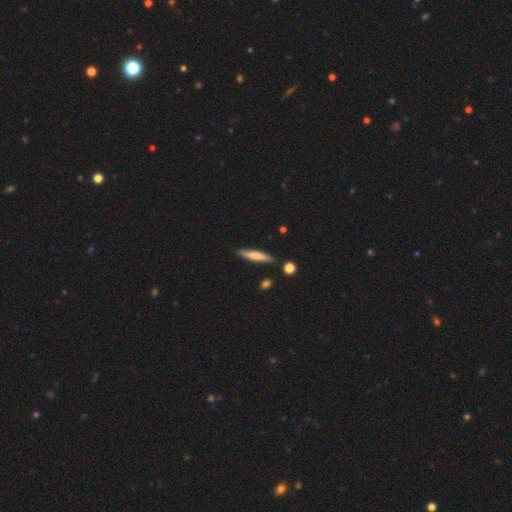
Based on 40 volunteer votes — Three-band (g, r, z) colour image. It shows a smooth galaxy with no disk features (70%) that is cigar-shaped (93%). Merging: none (82%).